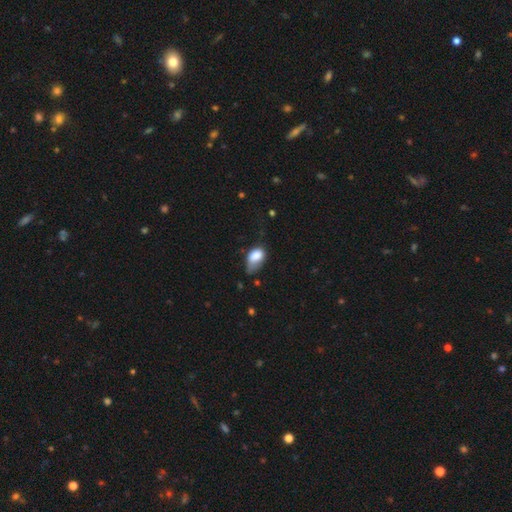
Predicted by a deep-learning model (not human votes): Overall: smooth (79%). How rounded: in between (87%). Merging: minor disturbance (42%; major disturbance 31%).